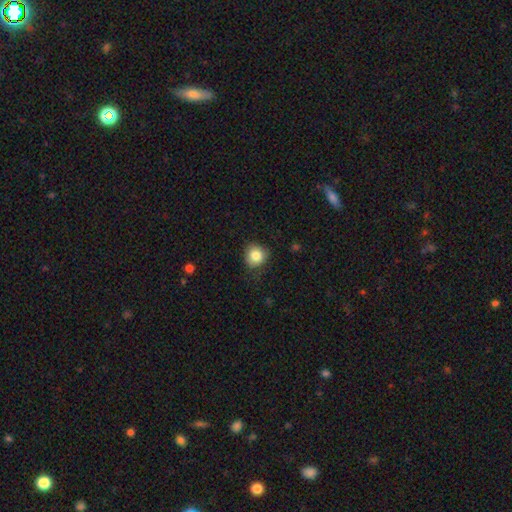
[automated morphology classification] A smooth galaxy with no disk features (84%) that is round (85%). Merging: none (74%).